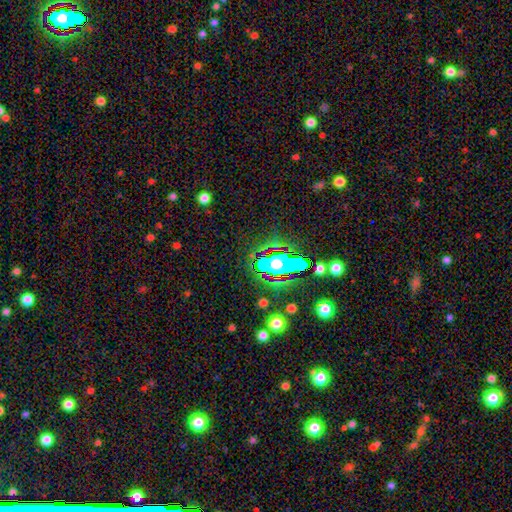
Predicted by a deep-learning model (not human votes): Smooth or featured? Predicted: star or artifact (p=0.62).